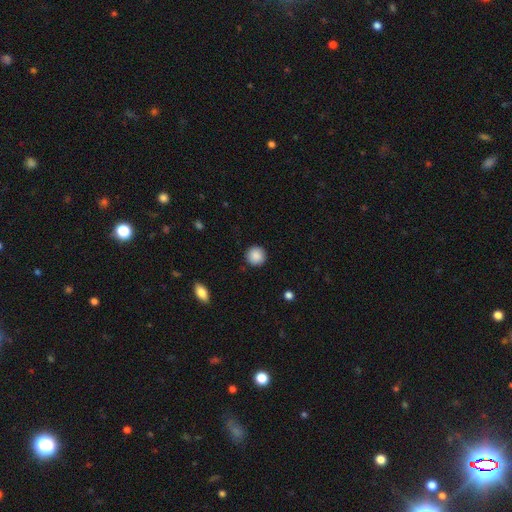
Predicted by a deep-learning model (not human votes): Smooth or featured? Predicted: smooth (p=0.89). How rounded? Predicted: round (p=0.94). Merging? Predicted: none (p=0.91).